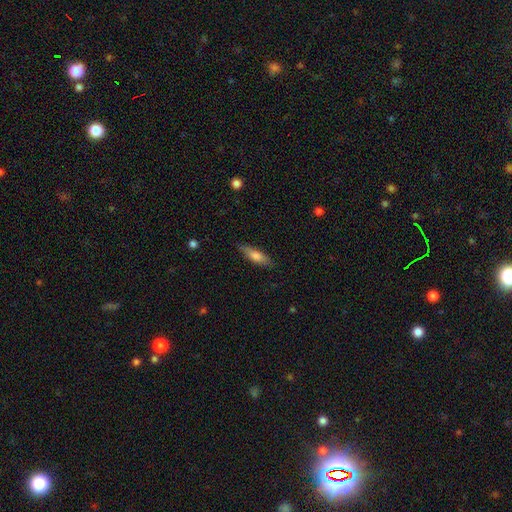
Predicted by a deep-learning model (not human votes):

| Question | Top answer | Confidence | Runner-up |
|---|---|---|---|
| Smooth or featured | smooth | 70% | featured or disk (24%) |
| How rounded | cigar-shaped | 59% | in between (39%) |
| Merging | none | 83% | minor disturbance (14%) |